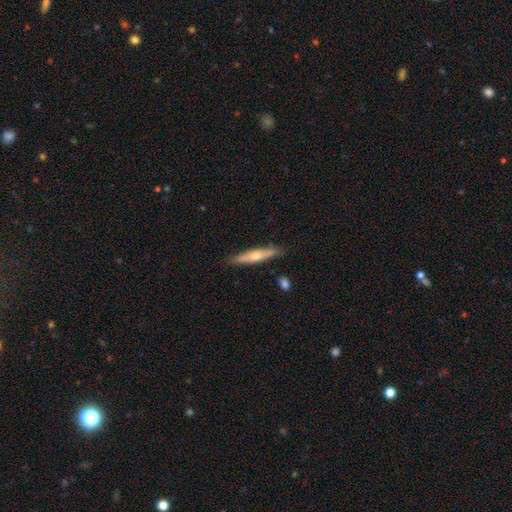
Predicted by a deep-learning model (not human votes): Smooth or featured? featured or disk (51%)
Edge-on disk? yes (89%)
Merging? none (87%)